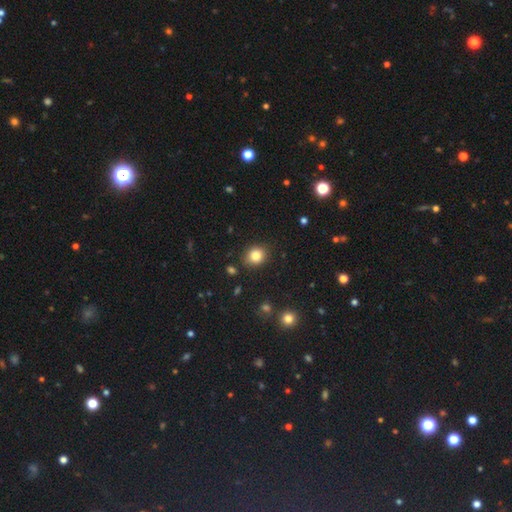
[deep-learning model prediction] smooth 83%, star or artifact 11%, featured or disk 6%. Down the decision tree: how rounded — round (68%); merging — none (87%).